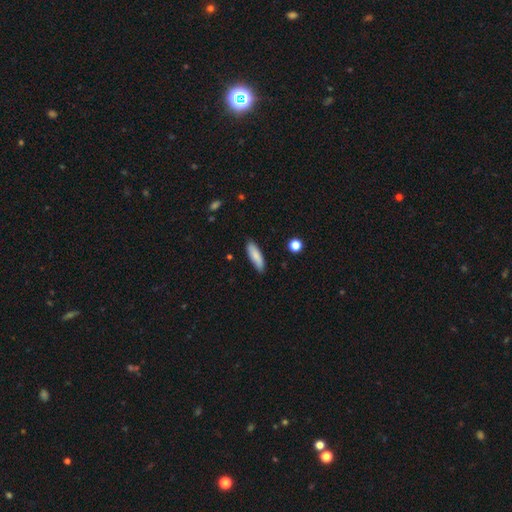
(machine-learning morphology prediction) A smooth galaxy with no disk features (84%) that is cigar-shaped (56%). Merging: none (86%).